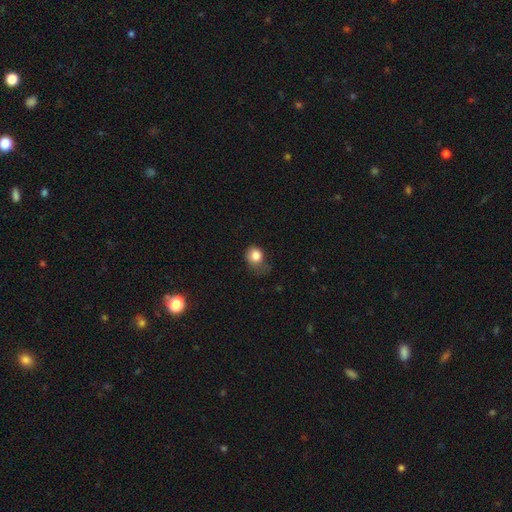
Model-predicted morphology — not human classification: type=smooth (83%); roundness=round (69%); merging=none (41%).